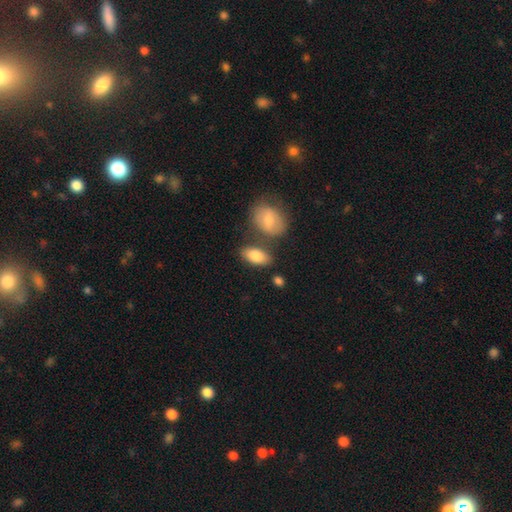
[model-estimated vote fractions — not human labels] smooth 83%, featured or disk 12%, star or artifact 6%. Down the decision tree: how rounded — in between (91%); merging — none (68%).